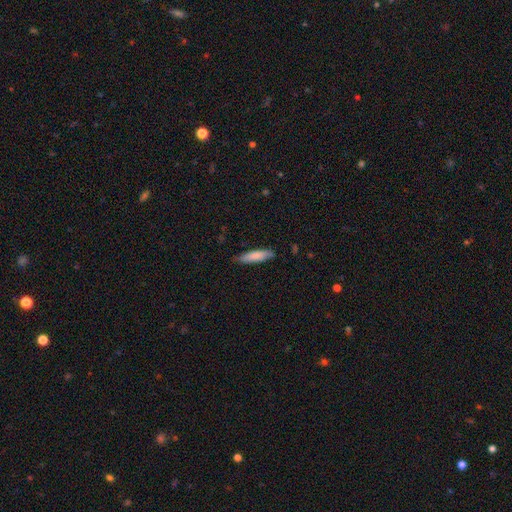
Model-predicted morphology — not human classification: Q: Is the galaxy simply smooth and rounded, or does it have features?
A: smooth — 81%.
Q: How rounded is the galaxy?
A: cigar-shaped — 73%.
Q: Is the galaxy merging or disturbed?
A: none — 80%.